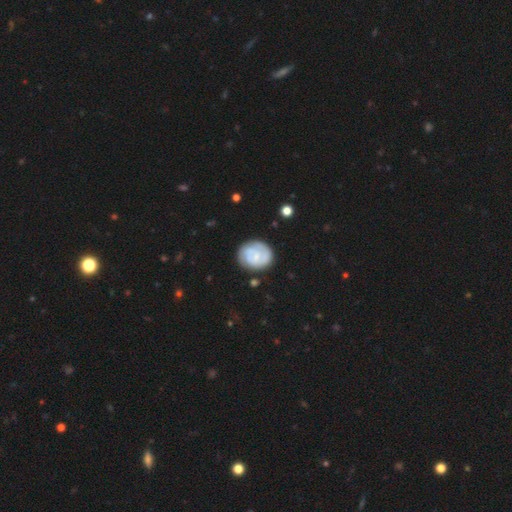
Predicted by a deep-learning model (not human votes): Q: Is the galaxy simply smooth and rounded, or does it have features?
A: featured or disk — 58%.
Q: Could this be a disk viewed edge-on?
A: no — 98%.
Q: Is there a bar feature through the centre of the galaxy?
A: no — 63%.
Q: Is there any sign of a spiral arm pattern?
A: yes — 83%.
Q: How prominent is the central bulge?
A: small — 59%.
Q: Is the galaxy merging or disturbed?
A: none — 75%.